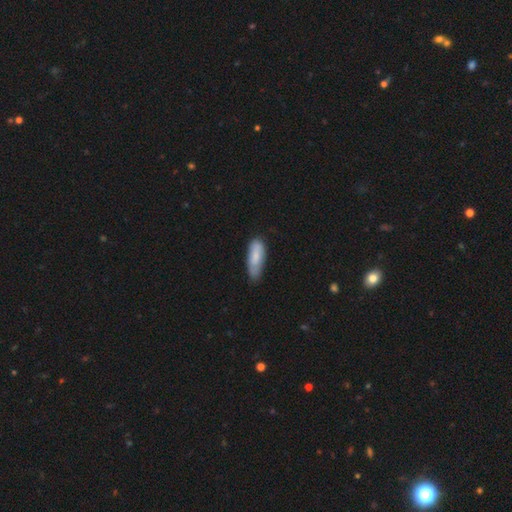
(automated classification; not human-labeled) Smooth or featured?
  - smooth: 77% *
  - featured or disk: 17%
  - star or artifact: 6%
How rounded?
  - in between: 64% *
  - cigar-shaped: 34%
  - round: 2%
Merging?
  - none: 59% *
  - minor disturbance: 32%
  - major disturbance: 6%
  - merger: 2%